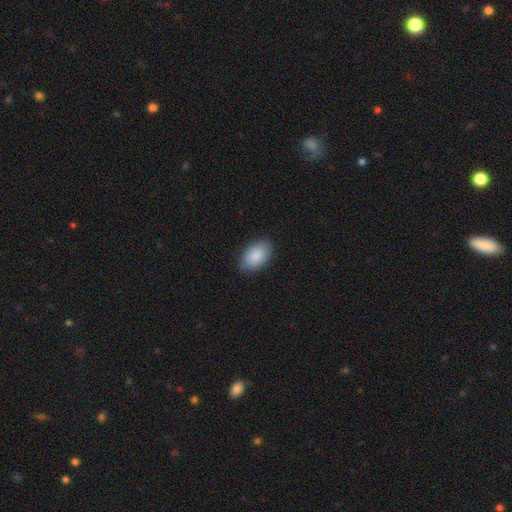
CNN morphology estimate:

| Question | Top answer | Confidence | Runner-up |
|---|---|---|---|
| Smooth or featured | smooth | 88% | featured or disk (6%) |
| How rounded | in between | 92% | round (7%) |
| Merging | none | 82% | minor disturbance (14%) |